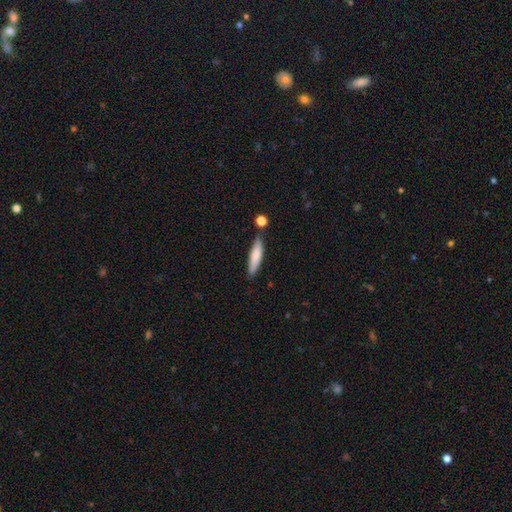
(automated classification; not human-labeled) A smooth galaxy with no disk features (79%) that is cigar-shaped (78%). Merging: none (76%).